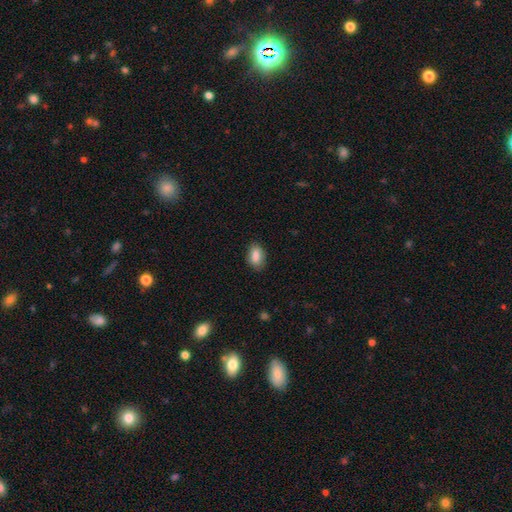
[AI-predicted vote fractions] This is clearly a smooth galaxy (86%). How rounded: clearly in between (87%). Merging: clearly none (81%).